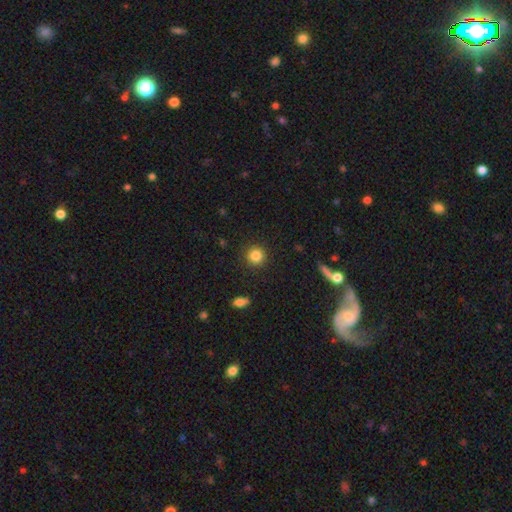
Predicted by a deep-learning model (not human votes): Smooth or featured?
  - smooth: 85% *
  - star or artifact: 10%
  - featured or disk: 5%
How rounded?
  - round: 93% *
  - in between: 6%
  - cigar-shaped: 1%
Merging?
  - none: 91% *
  - minor disturbance: 6%
  - major disturbance: 2%
  - merger: 1%